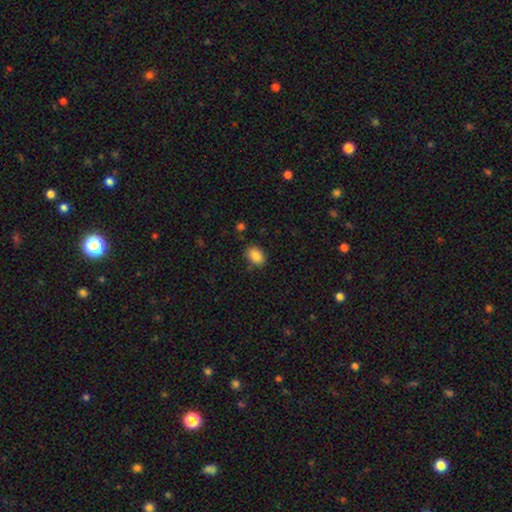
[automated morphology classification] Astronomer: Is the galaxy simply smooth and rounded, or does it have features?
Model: smooth — 86%.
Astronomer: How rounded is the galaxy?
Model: in between — 78%.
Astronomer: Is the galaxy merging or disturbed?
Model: none — 82%.